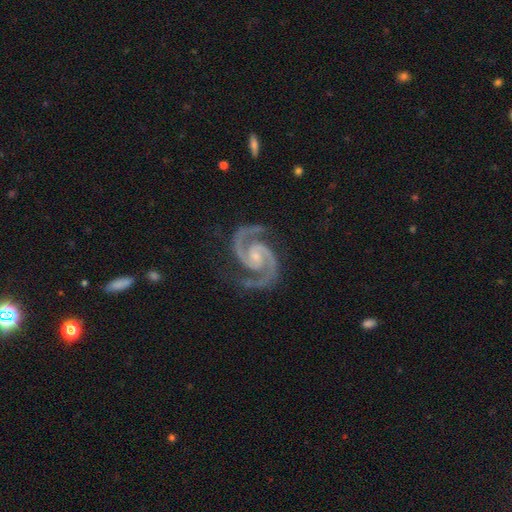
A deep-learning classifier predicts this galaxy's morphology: type=featured or disk (95%); edge-on=no (98%); bar=no (55%); spiral arms=yes (99%); winding=medium (59%); arm count=2 (95%); bulge=small (66%); merging=none (81%).